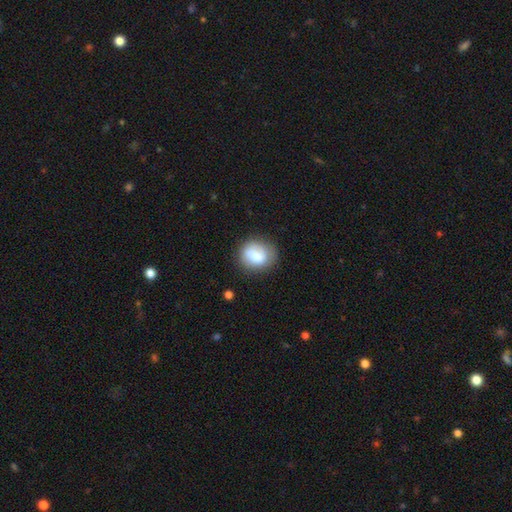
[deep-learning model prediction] Smooth or featured: smooth — 74% (featured or disk — 18%)
How rounded: round — 63% (in between — 36%)
Merging: none — 69% (minor disturbance — 21%)